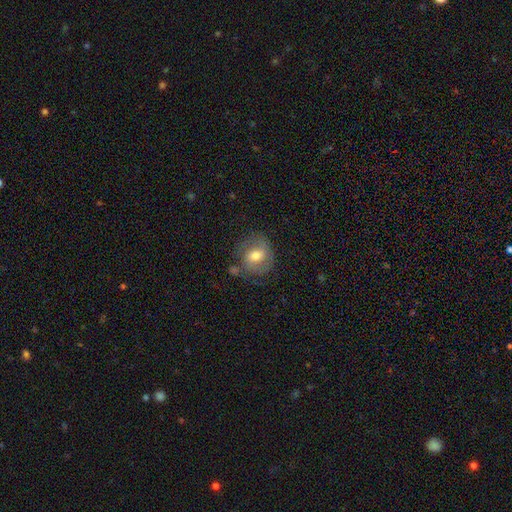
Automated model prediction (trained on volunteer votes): Q: Smooth or featured?
A: smooth (52%); runner-up: featured or disk (40%)
Q: How rounded?
A: round (73%); runner-up: in between (26%)
Q: Merging?
A: none (60%); runner-up: minor disturbance (23%)